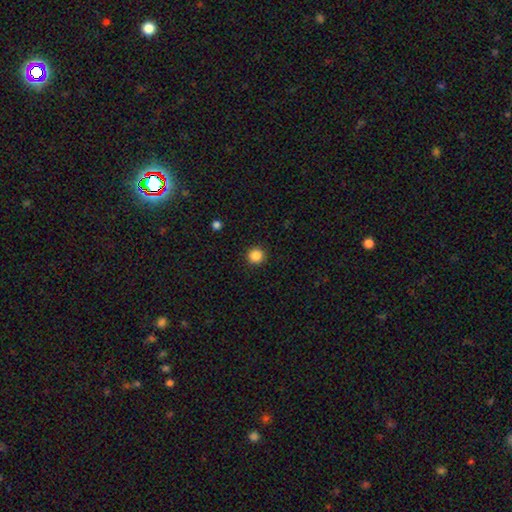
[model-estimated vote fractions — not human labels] A smooth galaxy with no disk features (87%) that is round (95%).

Vote fractions:
- Smooth or featured? smooth: 87% / star or artifact: 11% / featured or disk: 3%
- How rounded? round: 95% / in between: 4% / cigar-shaped: 1%
- Merging? none: 93% / minor disturbance: 5% / major disturbance: 2% / merger: 1%